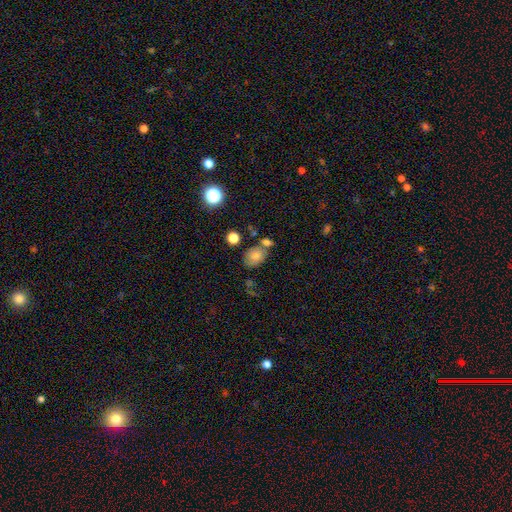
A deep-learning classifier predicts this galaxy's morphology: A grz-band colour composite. It shows a smooth galaxy with no disk features (69%) that is in between round and cigar-shaped (65%). Merging: none (51%).